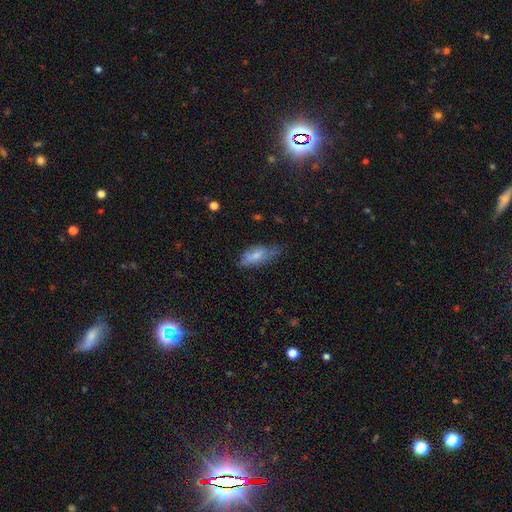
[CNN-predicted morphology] smooth_or_featured: smooth (p=0.66) [alt: featured or disk p=0.26]
how_rounded: in between (p=0.81) [alt: cigar-shaped p=0.17]
merging: none (p=0.48) [alt: minor disturbance p=0.36]